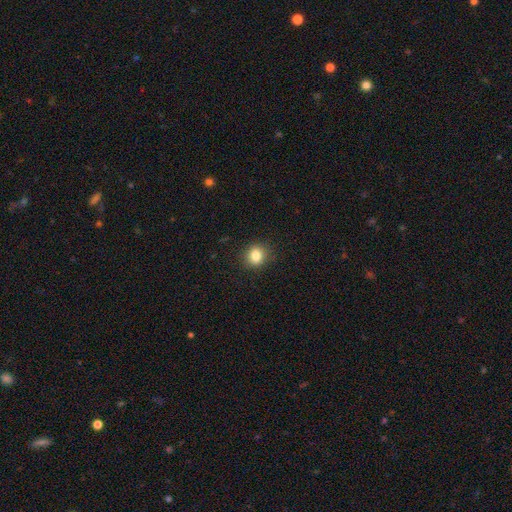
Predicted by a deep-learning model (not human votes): Q: Smooth or featured?
A: smooth (84%); runner-up: star or artifact (11%)
Q: How rounded?
A: round (74%); runner-up: in between (25%)
Q: Merging?
A: none (88%); runner-up: minor disturbance (9%)